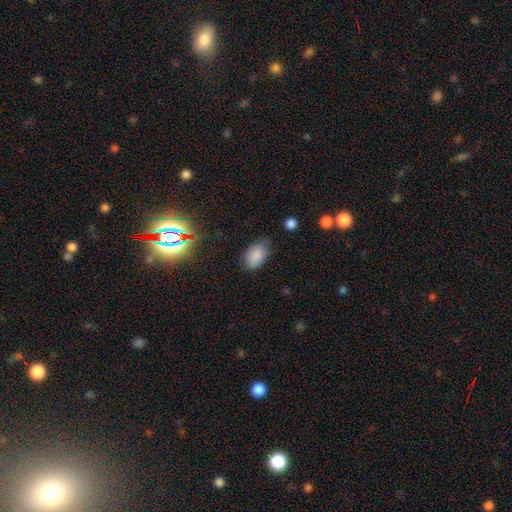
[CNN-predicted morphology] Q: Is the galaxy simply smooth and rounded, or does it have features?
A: smooth — 84%.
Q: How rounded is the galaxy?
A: in between — 89%.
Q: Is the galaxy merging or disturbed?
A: none — 69%.